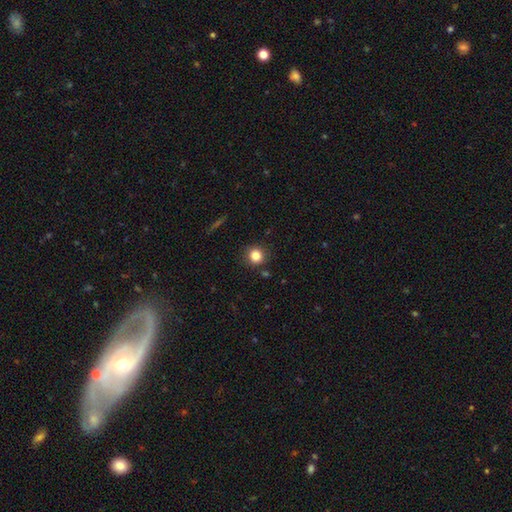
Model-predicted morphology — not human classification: A smooth galaxy with no disk features (83%) that is round (90%). Merging: none (86%).